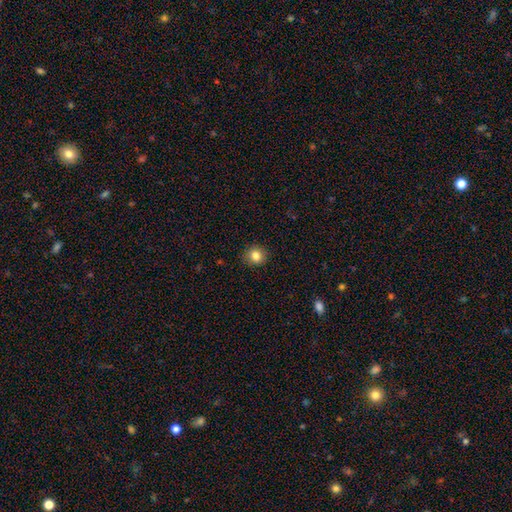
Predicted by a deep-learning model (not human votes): Smooth or featured? Predicted: smooth (p=0.84). How rounded? Predicted: round (p=0.86). Merging? Predicted: none (p=0.90).